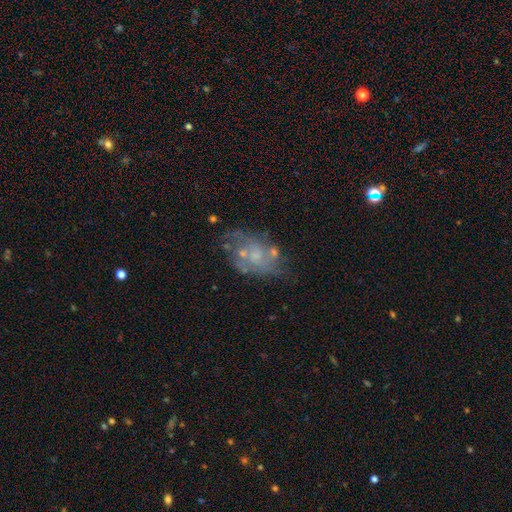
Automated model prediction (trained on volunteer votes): smooth_or_featured: featured or disk (p=0.68) [alt: smooth p=0.22]
disk_edge_on: no (p=0.97) [alt: yes p=0.03]
bar: no (p=0.76) [alt: weak p=0.21]
has_spiral_arms: yes (p=0.60) [alt: no p=0.40]
bulge_size: small (p=0.48) [alt: moderate p=0.27]
merging: none (p=0.51) [alt: minor disturbance p=0.22]